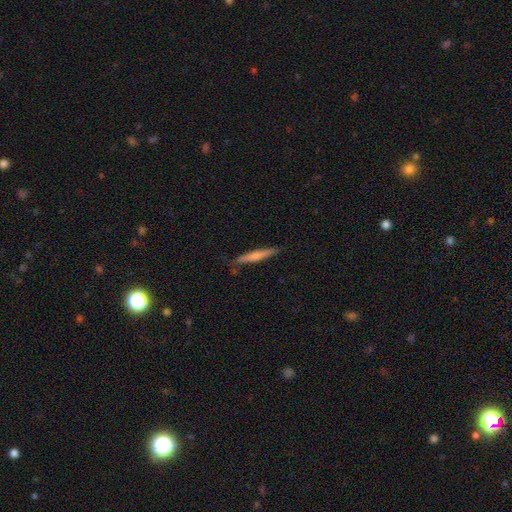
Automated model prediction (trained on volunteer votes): The model was most divided on "smooth or featured": smooth: 62%, featured or disk: 32%, star or artifact: 6%. More confident: how rounded — cigar-shaped (94%); merging — none (83%).